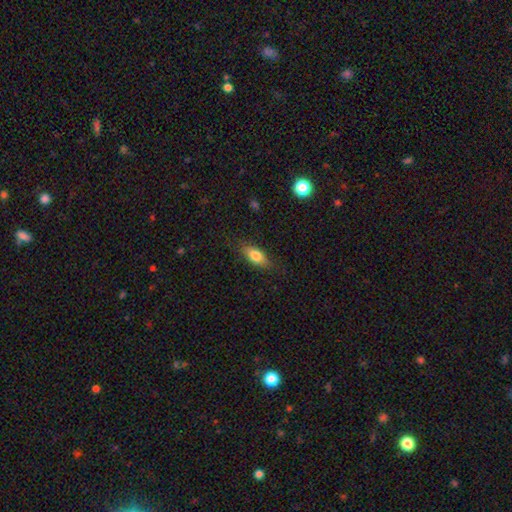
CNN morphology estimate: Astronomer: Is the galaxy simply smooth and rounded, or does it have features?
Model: smooth — 77%.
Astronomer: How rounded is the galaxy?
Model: in between — 81%.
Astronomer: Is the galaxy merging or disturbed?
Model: none — 80%.